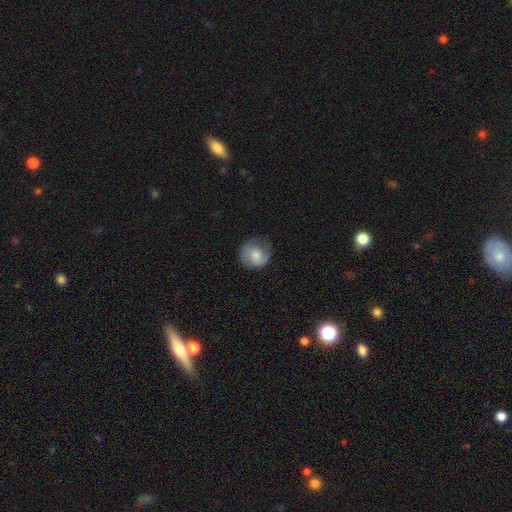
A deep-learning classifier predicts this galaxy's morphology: Smooth or featured: smooth — 53% (featured or disk — 40%)
How rounded: round — 85% (in between — 14%)
Merging: none — 72% (minor disturbance — 20%)